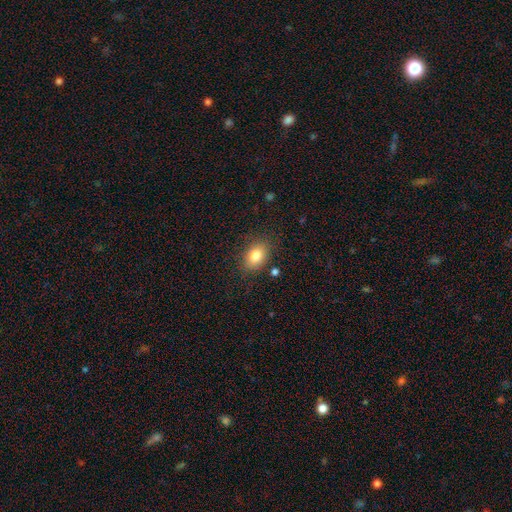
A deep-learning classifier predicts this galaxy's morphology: Q: Smooth or featured?
A: smooth (81%); runner-up: star or artifact (10%)
Q: How rounded?
A: in between (75%); runner-up: round (23%)
Q: Merging?
A: none (83%); runner-up: minor disturbance (12%)